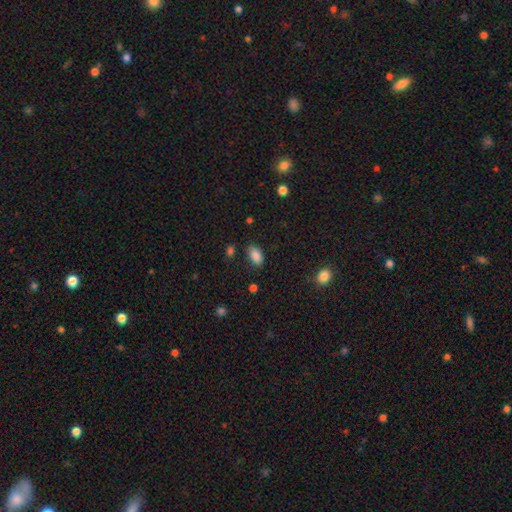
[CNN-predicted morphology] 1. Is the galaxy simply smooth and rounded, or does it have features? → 85% smooth, 9% star or artifact, 6% featured or disk.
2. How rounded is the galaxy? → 92% in between, 5% round, 2% cigar-shaped.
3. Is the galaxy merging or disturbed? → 81% none, 14% minor disturbance, 3% major disturbance, 2% merger.